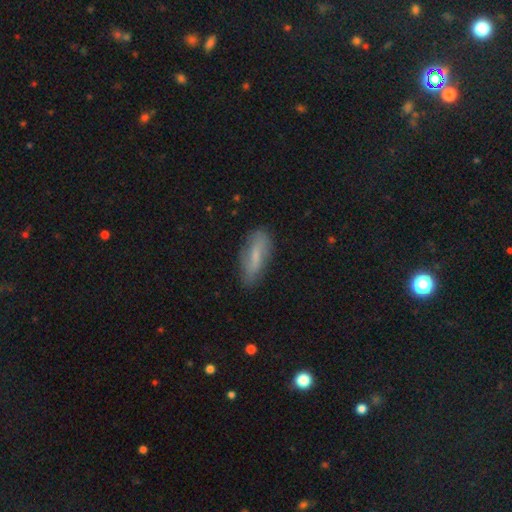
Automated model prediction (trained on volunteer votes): Smooth or featured? Predicted: smooth (p=0.57). How rounded? Predicted: in between (p=0.61). Merging? Predicted: none (p=0.75).